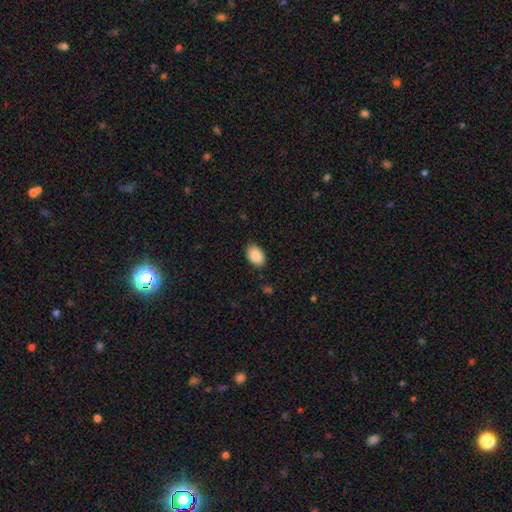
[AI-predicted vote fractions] smooth 89%, star or artifact 7%, featured or disk 4%. Down the decision tree: how rounded — in between (85%); merging — none (83%).